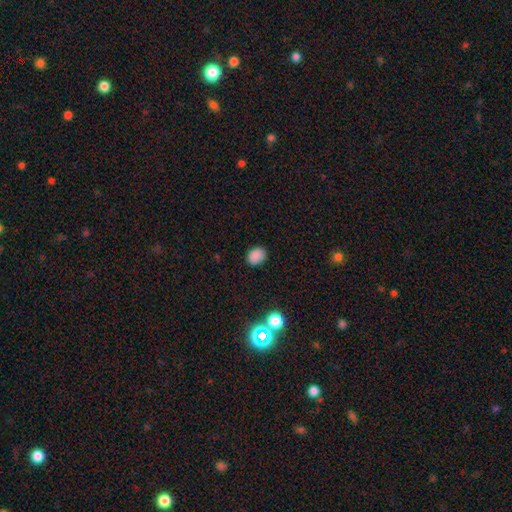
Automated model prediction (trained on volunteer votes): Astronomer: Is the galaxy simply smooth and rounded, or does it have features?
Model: smooth — 84%.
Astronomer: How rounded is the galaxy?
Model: in between — 51% (runner-up: round, 48%).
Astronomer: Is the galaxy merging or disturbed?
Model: none — 85%.